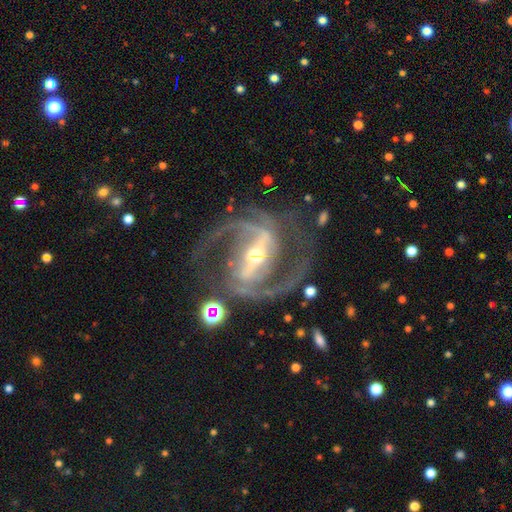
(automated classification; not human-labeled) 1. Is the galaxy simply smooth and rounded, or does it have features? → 92% featured or disk, 5% star or artifact, 2% smooth.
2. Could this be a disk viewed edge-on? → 97% no, 3% yes.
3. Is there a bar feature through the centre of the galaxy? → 74% strong, 20% weak, 6% no.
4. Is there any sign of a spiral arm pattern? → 98% yes, 2% no.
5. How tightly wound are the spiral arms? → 61% medium, 21% tight, 17% loose.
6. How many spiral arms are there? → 88% 2, 5% 3, 2% can't tell, 2% 4, 1% 1, 1% more than 4.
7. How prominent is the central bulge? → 50% moderate, 44% small, 4% large, 1% none, 1% dominant.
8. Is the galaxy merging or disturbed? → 75% none, 14% minor disturbance, 9% major disturbance, 2% merger.